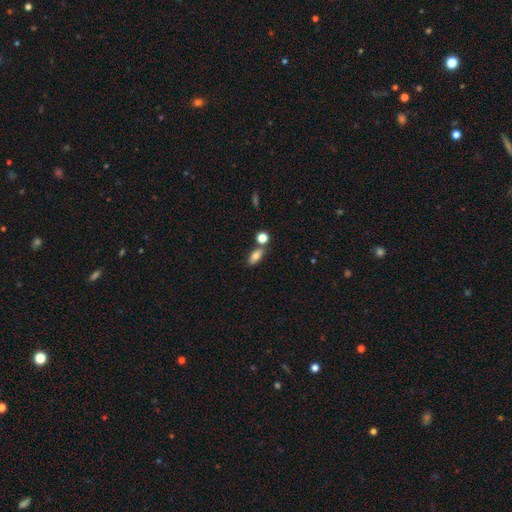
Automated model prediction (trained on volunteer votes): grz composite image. It shows a smooth galaxy with no disk features (78%) that is in between round and cigar-shaped (82%). Merging: none (67%).